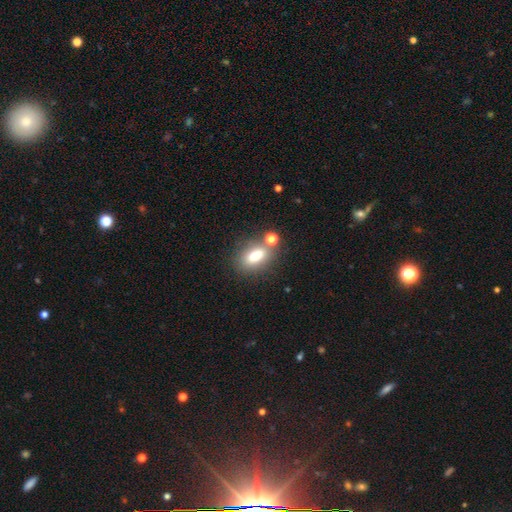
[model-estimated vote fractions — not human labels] smooth 74%, featured or disk 16%, star or artifact 10%. Down the decision tree: how rounded — in between (81%); merging — none (65%).